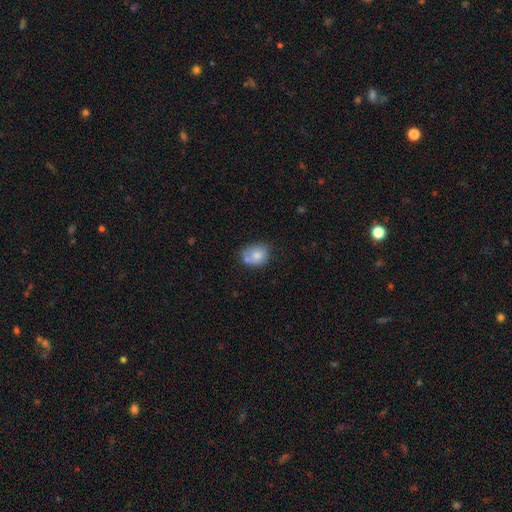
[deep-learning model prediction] The model was most divided on "how rounded": in between: 51%, round: 48%, cigar-shaped: 1%. Remaining: smooth or featured — smooth (74%); merging — none (45%).